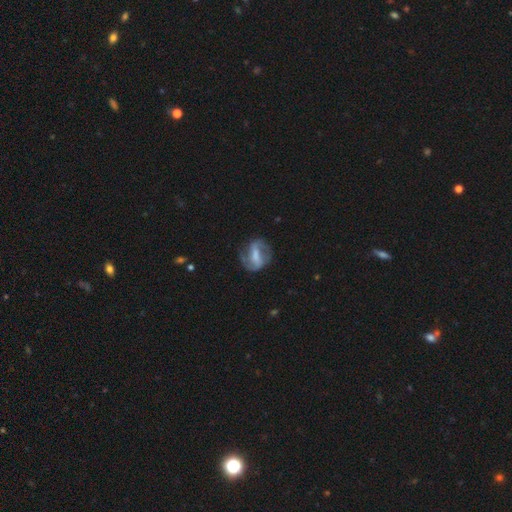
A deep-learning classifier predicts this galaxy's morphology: A featured or disk galaxy (72%) with a strong bar (51%), 2 (80%) medium (47%) spiral arms (84%) and a moderate central bulge (31%).

Vote fractions:
- Smooth or featured? featured or disk: 72% / smooth: 21% / star or artifact: 7%
- Edge-on disk? no: 96% / yes: 4%
- Bar? strong: 51% / weak: 36% / no: 13%
- Spiral arms? yes: 84% / no: 16%
- Spiral winding? medium: 47% / loose: 27% / tight: 26%
- Spiral arm count? 2: 80% / can't tell: 10% / 1: 5% / 3: 2% / 4: 1% / more than 4: 1%
- Bulge size? moderate: 31% / none: 27% / small: 25% / large: 14% / dominant: 2%
- Merging? none: 65% / minor disturbance: 20% / major disturbance: 13% / merger: 2%